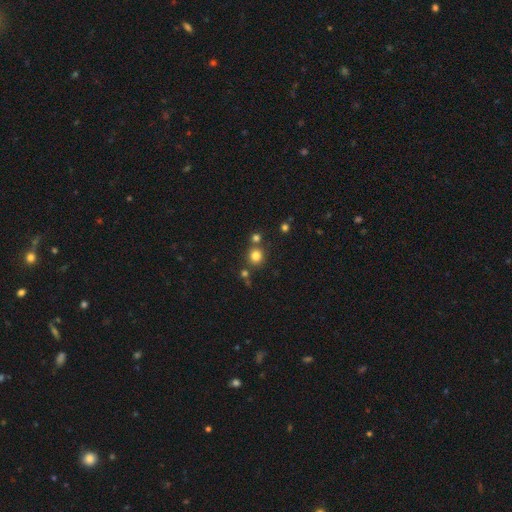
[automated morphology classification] Smooth or featured: smooth — 79% (star or artifact — 15%)
How rounded: round — 89% (in between — 10%)
Merging: none — 73% (merger — 16%)